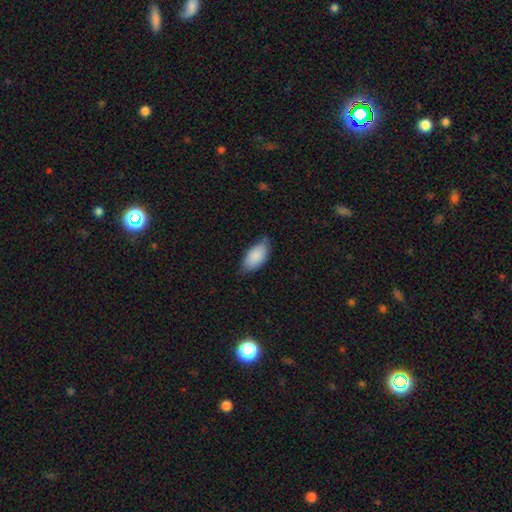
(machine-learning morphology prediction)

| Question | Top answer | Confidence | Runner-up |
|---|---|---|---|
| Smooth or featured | smooth | 88% | featured or disk (6%) |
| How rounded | in between | 93% | cigar-shaped (5%) |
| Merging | none | 70% | minor disturbance (25%) |